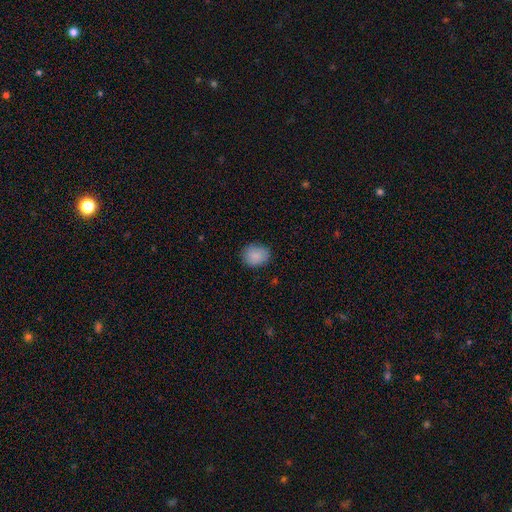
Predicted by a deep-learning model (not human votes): Smooth or featured? Predicted: smooth (p=0.87). How rounded? Predicted: round (p=0.58). Merging? Predicted: none (p=0.84).